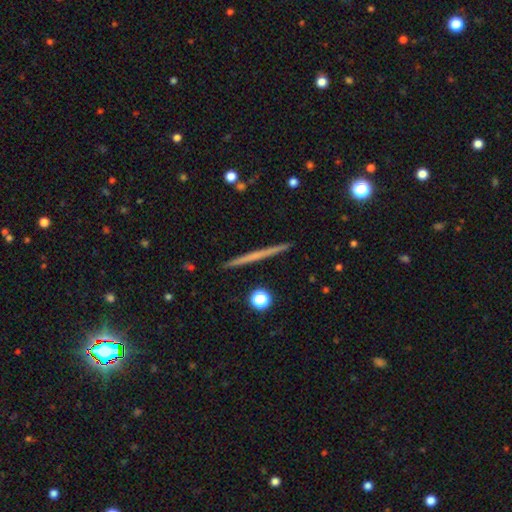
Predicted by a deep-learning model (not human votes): smooth_or_featured: featured or disk (p=0.56) [alt: smooth p=0.37]
disk_edge_on: yes (p=0.98) [alt: no p=0.02]
edge_on_bulge: none (p=0.86) [alt: rounded p=0.11]
merging: none (p=0.93) [alt: minor disturbance p=0.05]